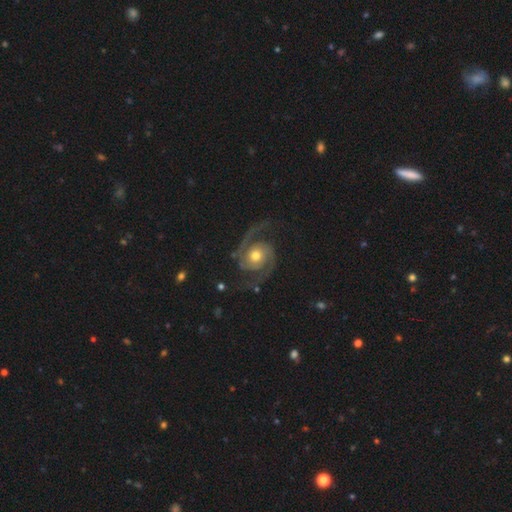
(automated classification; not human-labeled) Morphology: type=featured or disk (91%); edge-on=no (98%); bar=no (75%); spiral arms=yes (98%); winding=medium (56%); arm count=2 (94%); bulge=moderate (70%); merging=none (77%).